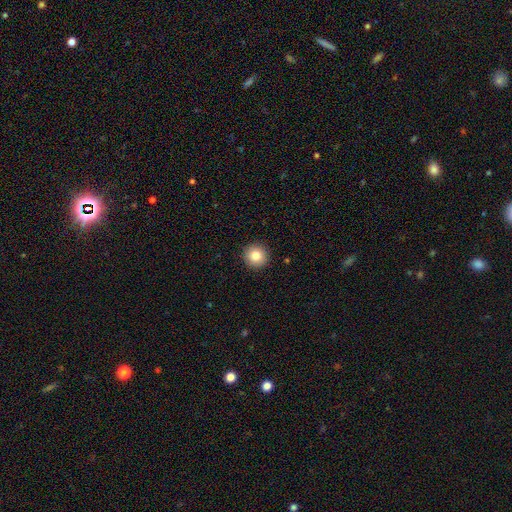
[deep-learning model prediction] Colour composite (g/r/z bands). It shows a smooth galaxy with no disk features (83%) that is round (95%). Merging: none (93%).